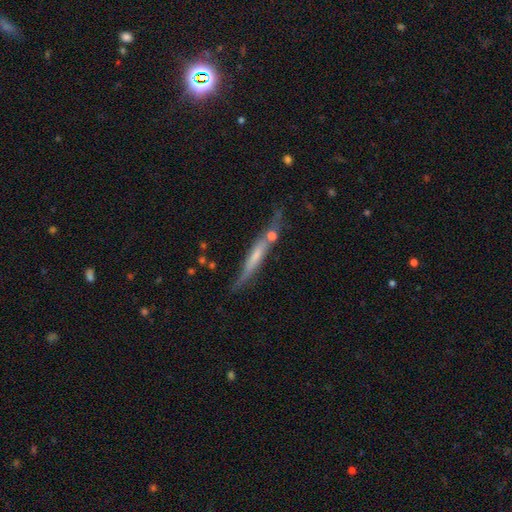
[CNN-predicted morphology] smooth-or-featured: featured or disk: 57% | smooth: 36% | star or artifact: 8%
  disk-edge-on: yes: 90% | no: 10%
    edge-on-bulge: none: 60% | rounded: 24% | boxy: 16%
  merging: none: 62% | minor disturbance: 21% | merger: 10% | major disturbance: 7%